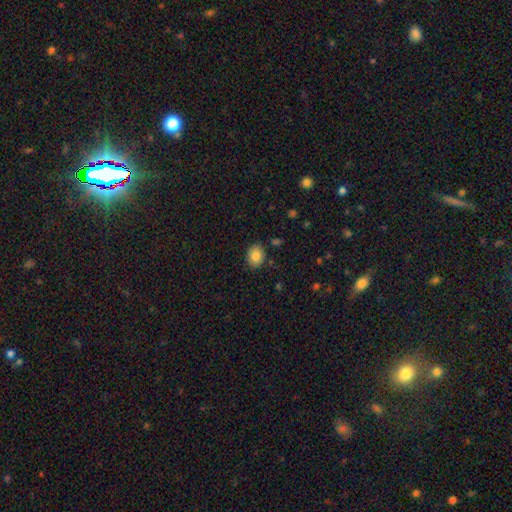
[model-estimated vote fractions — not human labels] smooth 85%, star or artifact 8%, featured or disk 7%. Down the decision tree: how rounded — in between (58%); merging — none (86%).